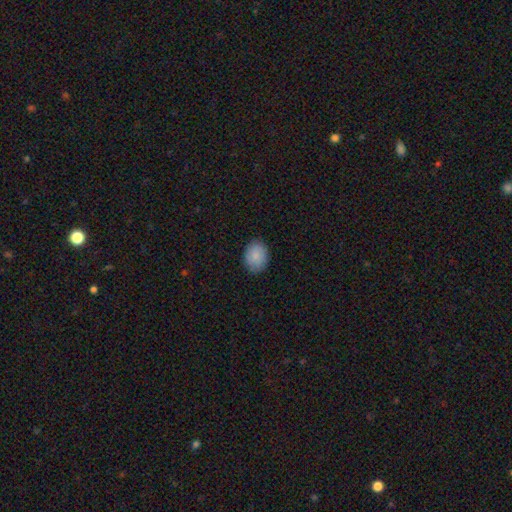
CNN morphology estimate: type=smooth (88%); roundness=in between (57%); merging=none (86%).